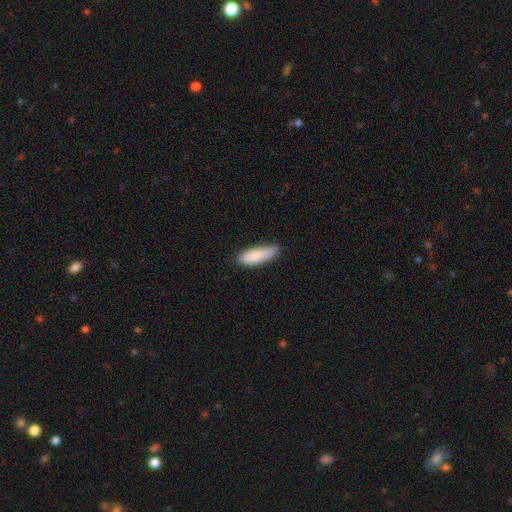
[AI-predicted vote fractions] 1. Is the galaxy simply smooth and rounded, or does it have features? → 86% smooth, 8% featured or disk, 6% star or artifact.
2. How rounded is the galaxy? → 57% in between, 42% cigar-shaped, 2% round.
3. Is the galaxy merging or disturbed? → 80% none, 17% minor disturbance, 2% major disturbance, 1% merger.